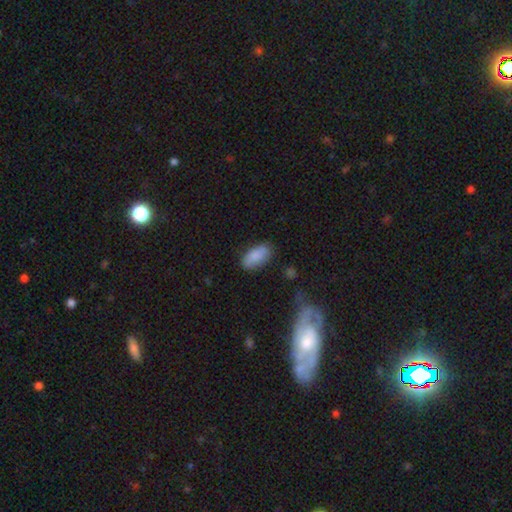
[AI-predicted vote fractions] Smooth or featured: smooth — 86% (featured or disk — 7%)
How rounded: in between — 90% (cigar-shaped — 8%)
Merging: none — 82% (minor disturbance — 14%)